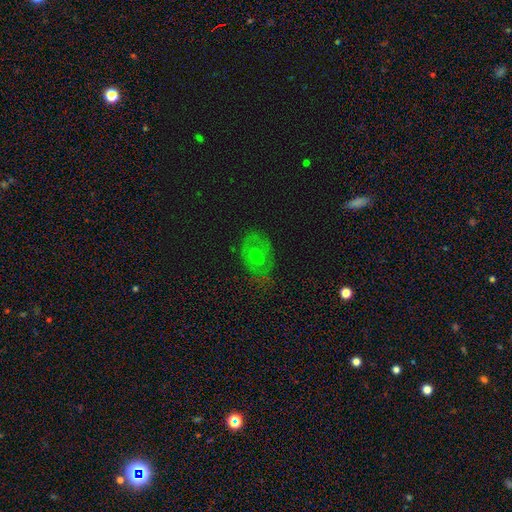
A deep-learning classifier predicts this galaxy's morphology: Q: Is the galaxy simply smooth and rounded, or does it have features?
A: featured or disk — 51%.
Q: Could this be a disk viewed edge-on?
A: no — 94%.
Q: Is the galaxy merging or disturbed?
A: none — 58%.